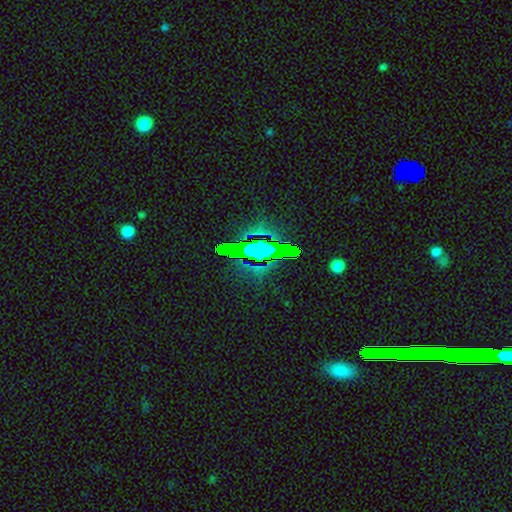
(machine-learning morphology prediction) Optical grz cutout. It shows a star or artifact, not a galaxy (75%).